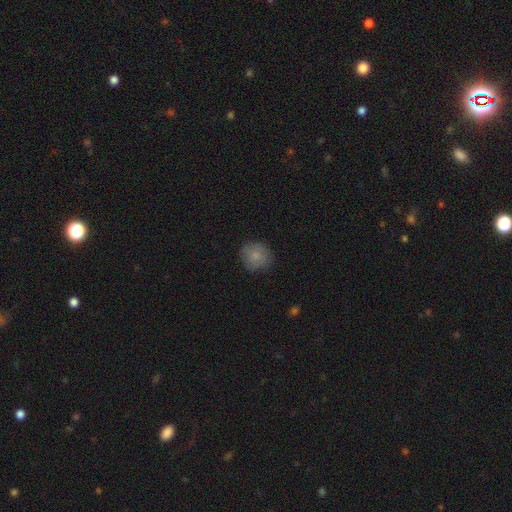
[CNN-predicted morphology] The model was most divided on "merging": none: 79%, minor disturbance: 16%, major disturbance: 4%, merger: 1%. More confident: how rounded — round (88%); smooth or featured — smooth (82%).